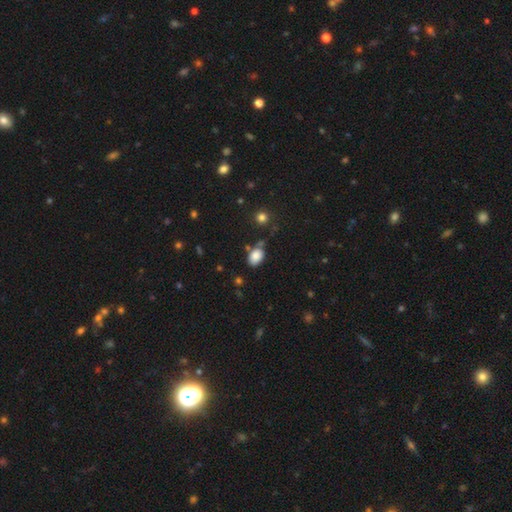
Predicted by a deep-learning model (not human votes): Smooth or featured?
  - smooth: 86% *
  - star or artifact: 9%
  - featured or disk: 5%
How rounded?
  - in between: 84% *
  - round: 15%
  - cigar-shaped: 1%
Merging?
  - none: 70% *
  - minor disturbance: 18%
  - merger: 8%
  - major disturbance: 4%